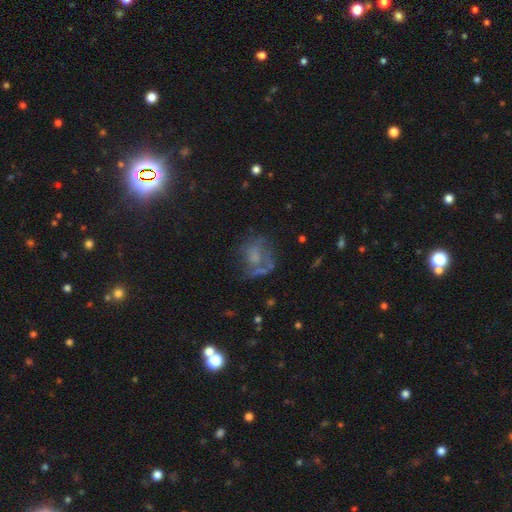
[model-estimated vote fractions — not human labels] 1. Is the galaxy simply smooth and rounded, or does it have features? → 46% featured or disk, 35% smooth, 19% star or artifact.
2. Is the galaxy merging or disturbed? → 40% none, 32% major disturbance, 20% minor disturbance, 8% merger.